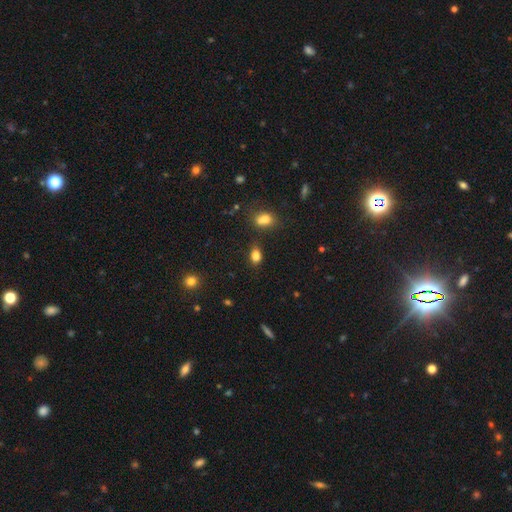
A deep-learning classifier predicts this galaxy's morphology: type=smooth (82%); roundness=in between (76%); merging=none (73%).